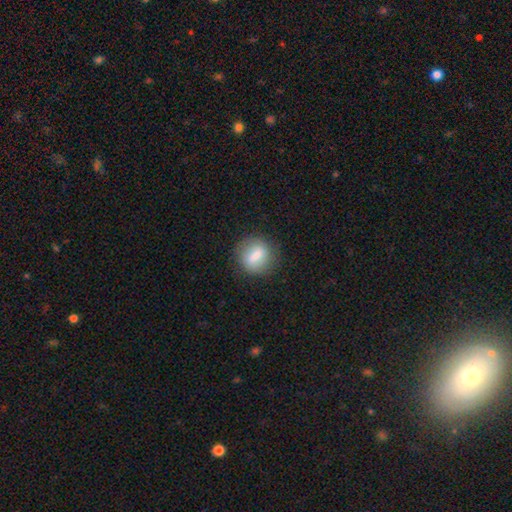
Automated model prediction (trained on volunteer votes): Smooth or featured?
  - smooth: 68% *
  - featured or disk: 23%
  - star or artifact: 8%
How rounded?
  - round: 74% *
  - in between: 23%
  - cigar-shaped: 2%
Merging?
  - none: 81% *
  - minor disturbance: 13%
  - major disturbance: 5%
  - merger: 2%